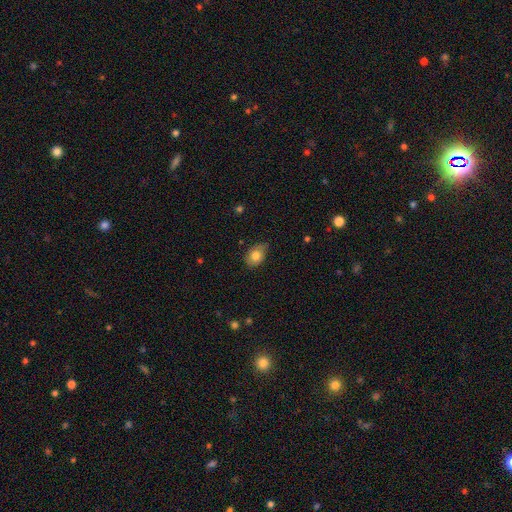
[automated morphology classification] smooth 79%, featured or disk 13%, star or artifact 8%. Down the decision tree: how rounded — in between (77%); merging — none (68%).